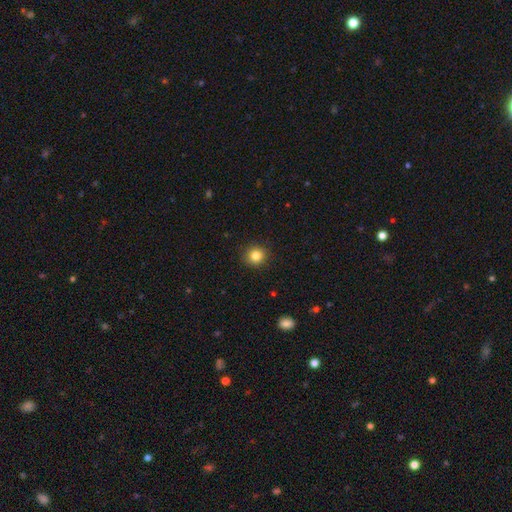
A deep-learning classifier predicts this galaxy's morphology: The model was most divided on "smooth or featured": smooth: 83%, star or artifact: 11%, featured or disk: 6%. More confident: how rounded — round (91%); merging — none (91%).